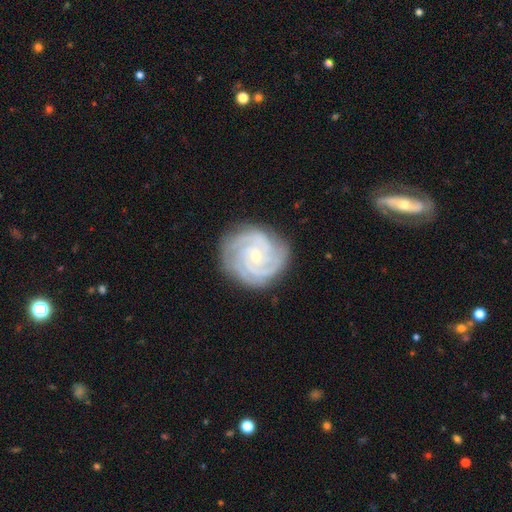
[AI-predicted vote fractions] This appears to be a featured or disk galaxy (89%) with no bar (68%), 3 (40%) tight (79%) spiral arms (98%) and a small central bulge (70%). Merging: none (84%).